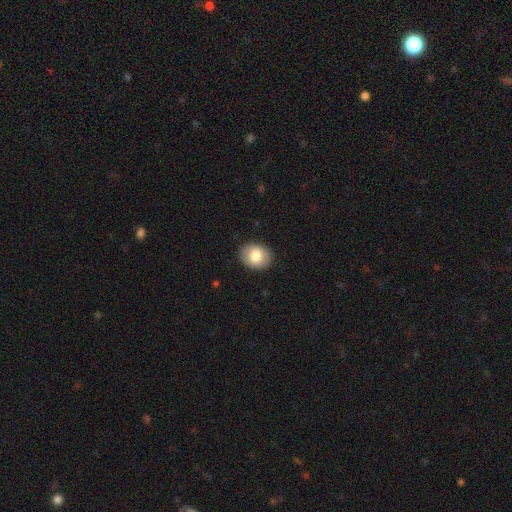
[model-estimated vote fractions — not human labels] Smooth or featured: smooth — 79% (featured or disk — 14%)
How rounded: in between — 52% (round — 47%)
Merging: none — 89% (minor disturbance — 8%)